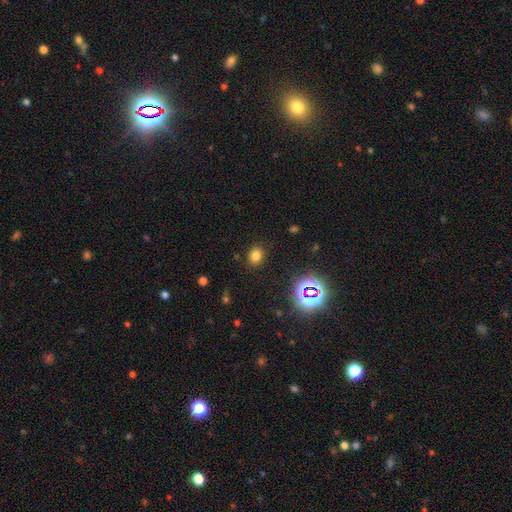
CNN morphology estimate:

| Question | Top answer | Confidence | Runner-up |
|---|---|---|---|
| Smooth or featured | smooth | 74% | star or artifact (19%) |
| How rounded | round | 53% | in between (46%) |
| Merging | none | 87% | minor disturbance (9%) |